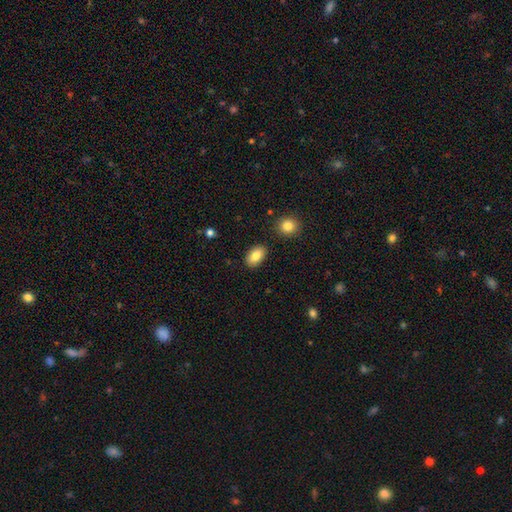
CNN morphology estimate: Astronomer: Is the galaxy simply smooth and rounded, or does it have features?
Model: smooth — 83%.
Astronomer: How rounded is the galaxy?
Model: in between — 92%.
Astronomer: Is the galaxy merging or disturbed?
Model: none — 87%.